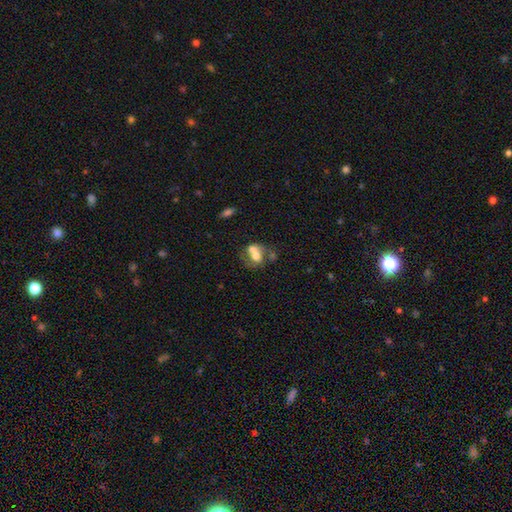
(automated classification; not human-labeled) smooth_or_featured: smooth (p=0.54) [alt: featured or disk p=0.36]
how_rounded: round (p=0.51) [alt: in between p=0.47]
merging: merger (p=0.61) [alt: none p=0.24]